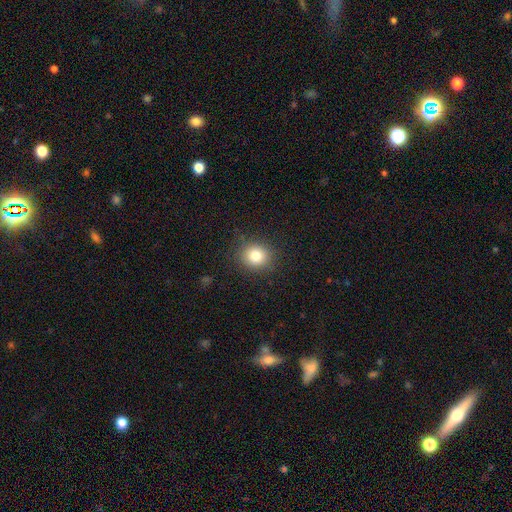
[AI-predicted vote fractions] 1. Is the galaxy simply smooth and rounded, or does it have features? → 81% smooth, 11% star or artifact, 8% featured or disk.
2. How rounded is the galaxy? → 80% round, 19% in between, 1% cigar-shaped.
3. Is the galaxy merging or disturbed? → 88% none, 8% minor disturbance, 3% major disturbance, 1% merger.